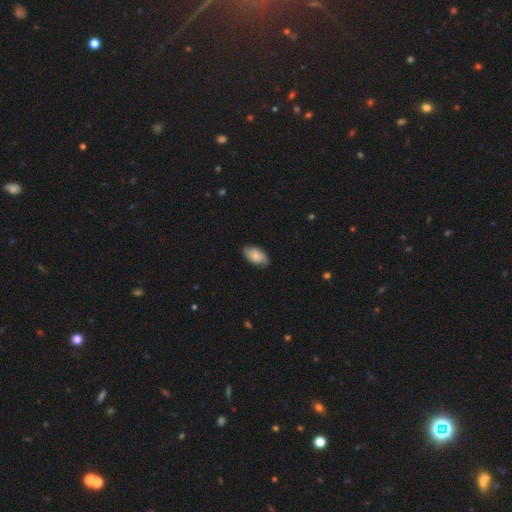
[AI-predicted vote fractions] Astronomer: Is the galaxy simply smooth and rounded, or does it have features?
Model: smooth — 65%.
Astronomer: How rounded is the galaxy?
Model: in between — 93%.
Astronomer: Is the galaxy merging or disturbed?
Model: none — 74%.